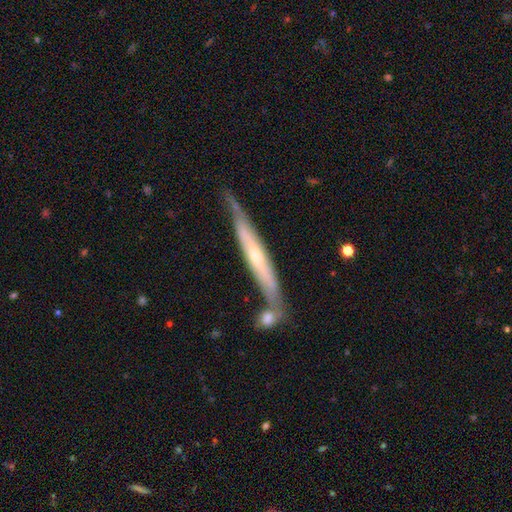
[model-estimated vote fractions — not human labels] Smooth or featured? Predicted: featured or disk (p=0.66). Edge-on disk? Predicted: yes (p=0.83). Edge-on bulge? Predicted: rounded (p=0.54). Merging? Predicted: none (p=0.57).